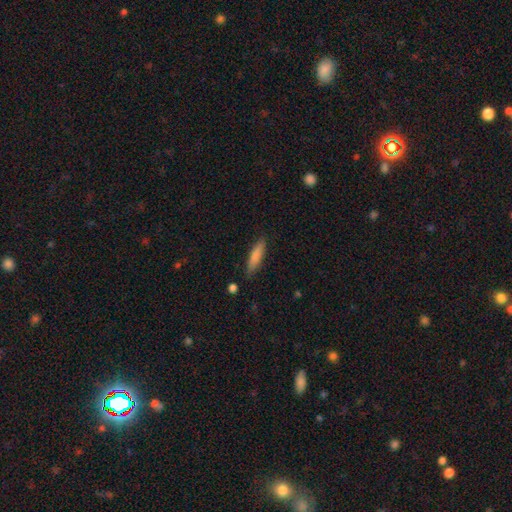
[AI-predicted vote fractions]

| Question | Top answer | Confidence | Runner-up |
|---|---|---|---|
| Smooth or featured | smooth | 81% | featured or disk (12%) |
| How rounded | cigar-shaped | 75% | in between (23%) |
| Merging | none | 83% | minor disturbance (13%) |